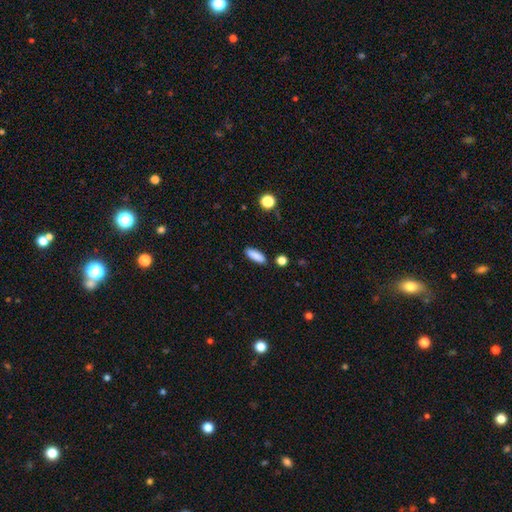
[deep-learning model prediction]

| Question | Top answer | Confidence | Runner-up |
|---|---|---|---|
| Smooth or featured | smooth | 87% | star or artifact (7%) |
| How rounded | in between | 55% | cigar-shaped (42%) |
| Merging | none | 87% | minor disturbance (9%) |